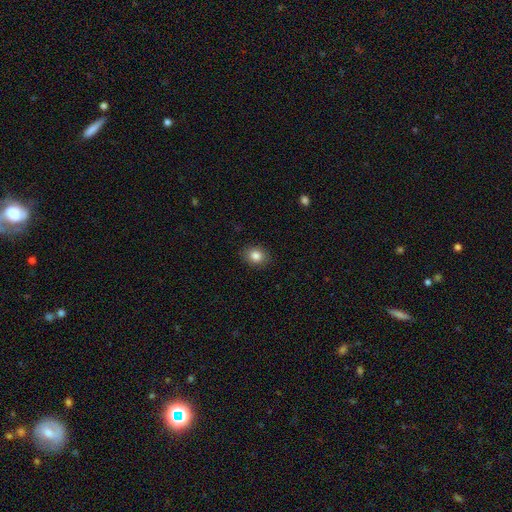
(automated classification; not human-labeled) Smooth or featured?
  - smooth: 84% *
  - star or artifact: 10%
  - featured or disk: 6%
How rounded?
  - round: 57% *
  - in between: 42%
  - cigar-shaped: 1%
Merging?
  - none: 88% *
  - minor disturbance: 9%
  - major disturbance: 2%
  - merger: 1%